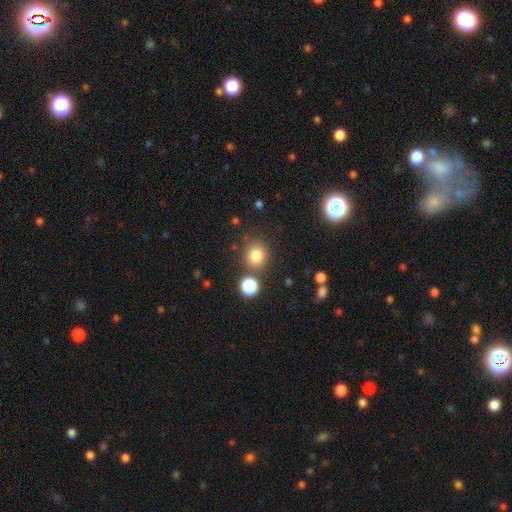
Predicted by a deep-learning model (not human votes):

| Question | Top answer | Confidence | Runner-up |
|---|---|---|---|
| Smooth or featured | smooth | 81% | star or artifact (13%) |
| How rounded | round | 85% | in between (14%) |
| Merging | none | 77% | minor disturbance (10%) |